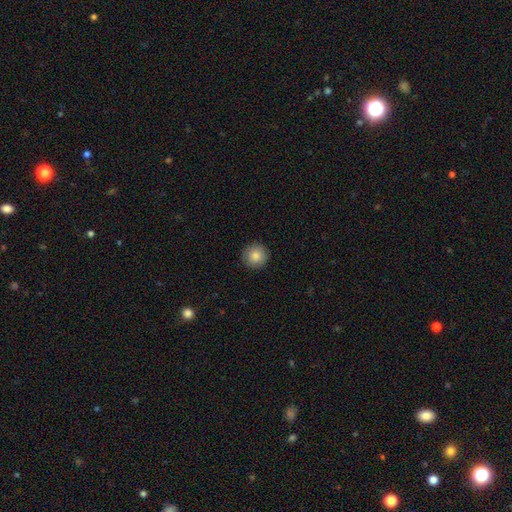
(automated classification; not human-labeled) smooth 84%, star or artifact 9%, featured or disk 7%. Down the decision tree: how rounded — round (95%); merging — none (91%).